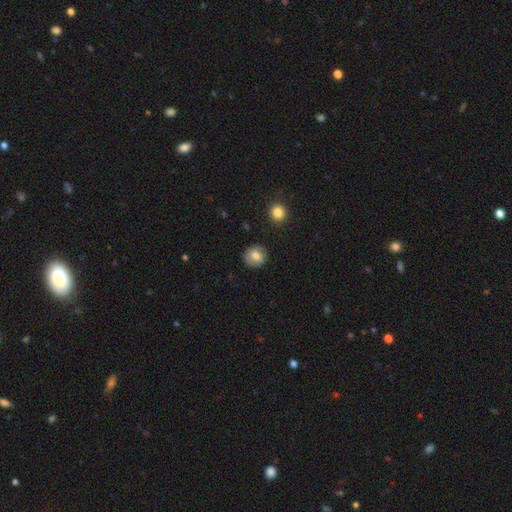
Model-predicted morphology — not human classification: This is likely a smooth galaxy (74%). How rounded: clearly round (82%). Merging: clearly none (85%).